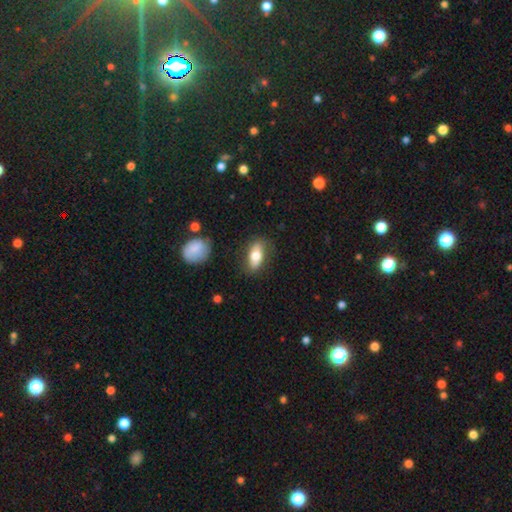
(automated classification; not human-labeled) Morphology: type=smooth (71%); roundness=in between (82%); merging=none (78%).